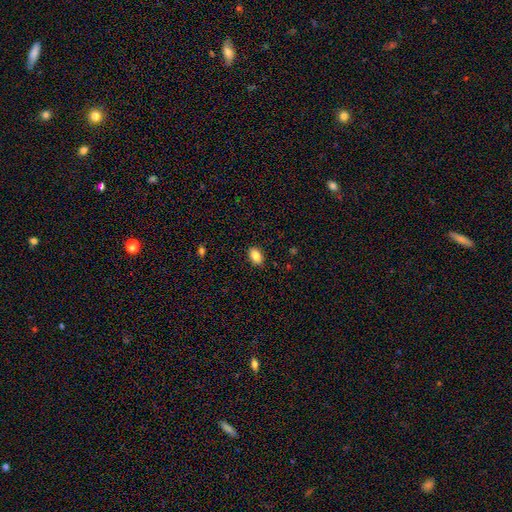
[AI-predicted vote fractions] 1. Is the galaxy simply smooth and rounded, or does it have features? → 87% smooth, 8% star or artifact, 5% featured or disk.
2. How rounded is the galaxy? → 90% in between, 8% round, 3% cigar-shaped.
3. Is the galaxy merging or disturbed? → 87% none, 10% minor disturbance, 2% major disturbance, 1% merger.